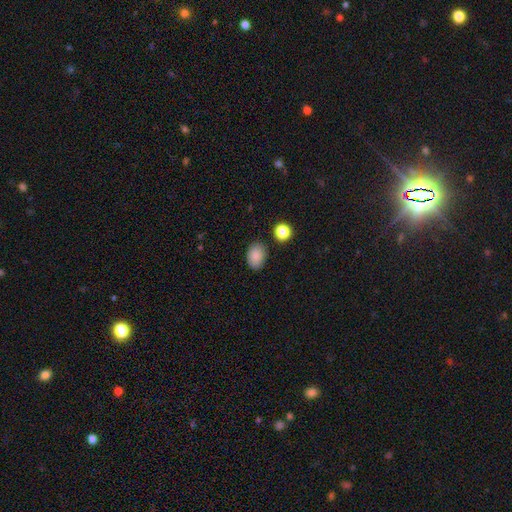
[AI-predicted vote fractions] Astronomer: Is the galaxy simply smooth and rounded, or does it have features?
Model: smooth — 85%.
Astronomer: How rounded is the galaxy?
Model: in between — 77%.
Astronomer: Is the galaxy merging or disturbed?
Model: none — 84%.